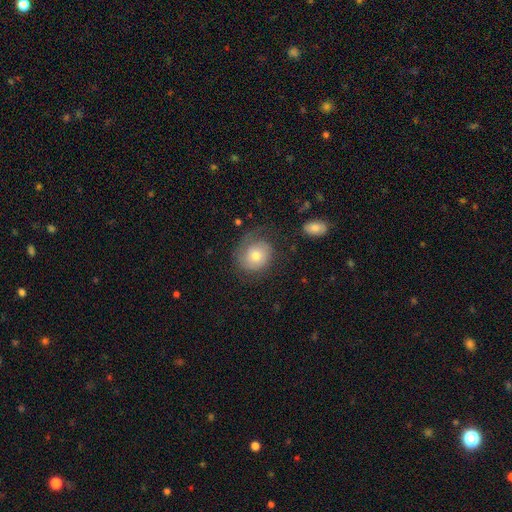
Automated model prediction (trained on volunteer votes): smooth_or_featured: smooth (p=0.56) [alt: featured or disk p=0.35]
how_rounded: round (p=0.75) [alt: in between p=0.24]
merging: none (p=0.58) [alt: minor disturbance p=0.22]